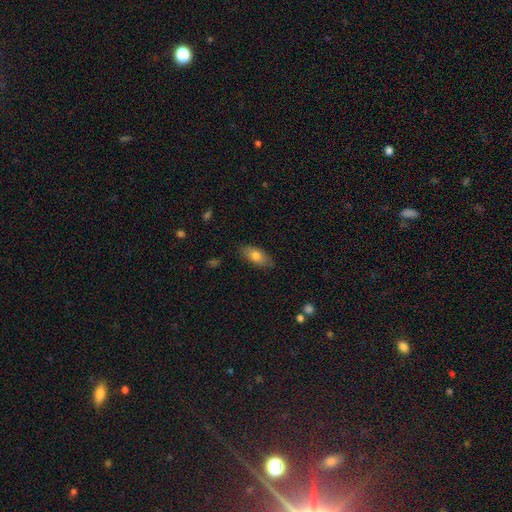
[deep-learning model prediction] The model was most divided on "smooth or featured": smooth: 75%, featured or disk: 18%, star or artifact: 7%. More confident: how rounded — in between (86%); merging — none (84%).